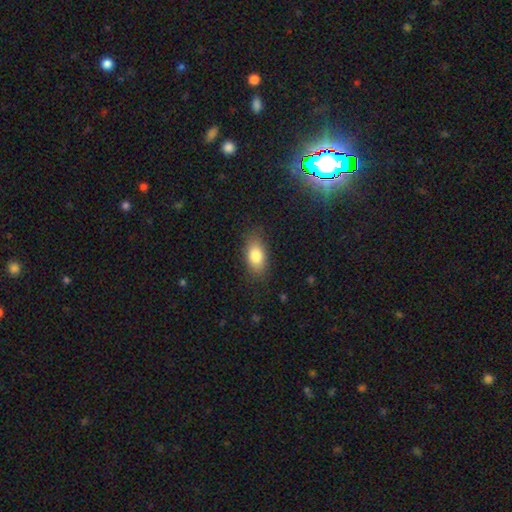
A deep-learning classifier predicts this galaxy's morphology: smooth-or-featured: smooth: 81% | featured or disk: 11% | star or artifact: 8%
  how-rounded: in between: 88% | round: 7% | cigar-shaped: 5%
  merging: none: 83% | minor disturbance: 13% | major disturbance: 3% | merger: 1%